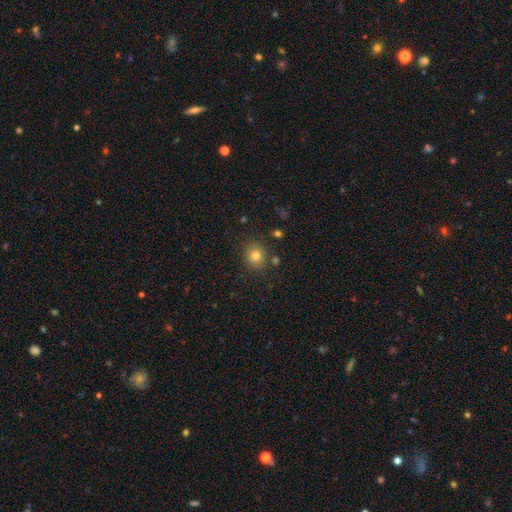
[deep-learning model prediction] Q: Smooth or featured?
A: smooth (80%); runner-up: star or artifact (13%)
Q: How rounded?
A: round (86%); runner-up: in between (13%)
Q: Merging?
A: none (85%); runner-up: minor disturbance (9%)